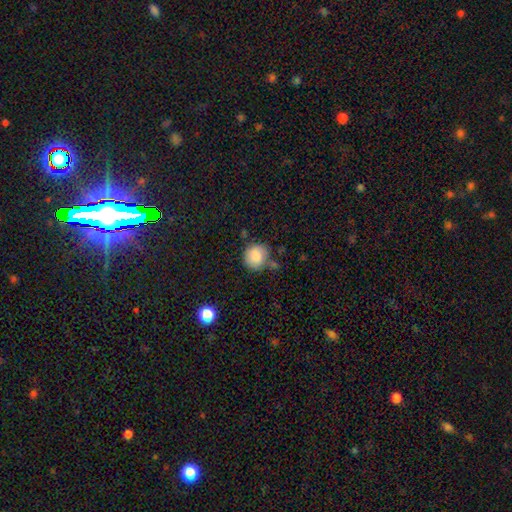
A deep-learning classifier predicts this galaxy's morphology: This is clearly a smooth galaxy (84%). How rounded: clearly round (86%). Merging: likely none (69%).